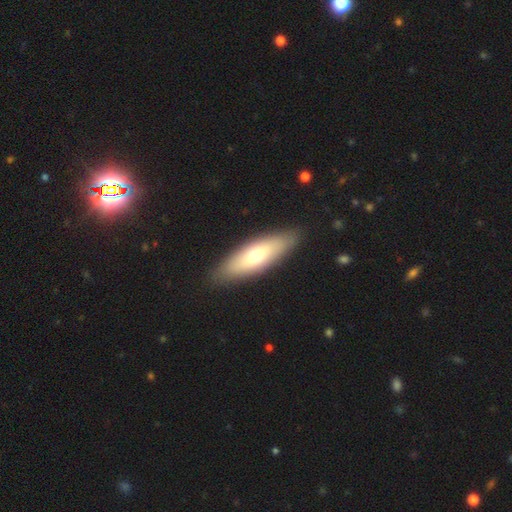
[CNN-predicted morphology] smooth-or-featured: smooth: 62% | featured or disk: 33% | star or artifact: 6%
  how-rounded: in between: 54% | cigar-shaped: 44% | round: 2%
  merging: none: 88% | minor disturbance: 9% | major disturbance: 2% | merger: 1%